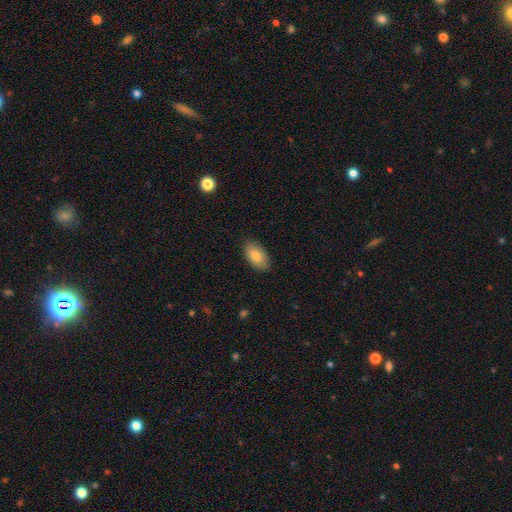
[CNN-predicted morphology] This is clearly a smooth galaxy (84%). How rounded: clearly in between (94%). Merging: clearly none (86%).